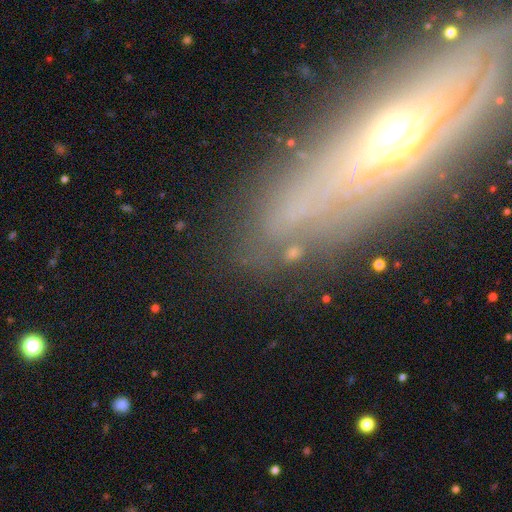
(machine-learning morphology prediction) Smooth or featured? featured or disk (40%)
Merging? none (73%)